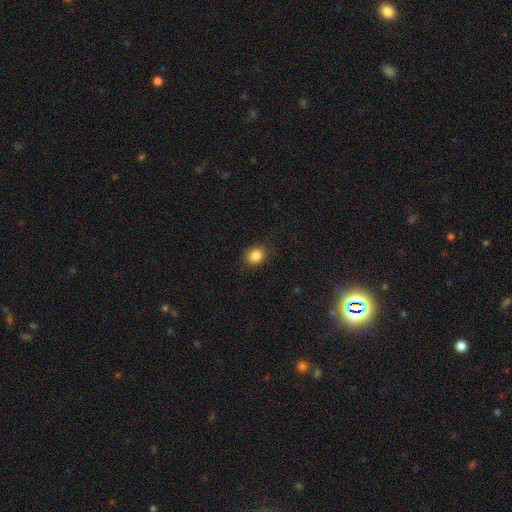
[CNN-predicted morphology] Smooth or featured? smooth (85%)
How rounded? round (61%)
Merging? none (86%)